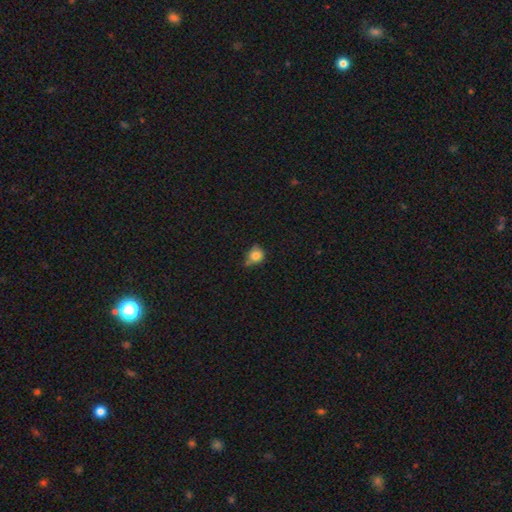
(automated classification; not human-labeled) A smooth galaxy with no disk features (79%) that is round (74%).

Vote fractions:
- Smooth or featured? smooth: 79% / star or artifact: 11% / featured or disk: 10%
- How rounded? round: 74% / in between: 25% / cigar-shaped: 1%
- Merging? none: 45% / minor disturbance: 37% / major disturbance: 9% / merger: 8%